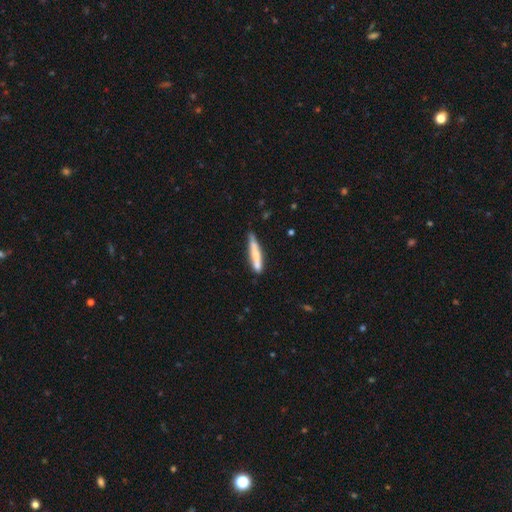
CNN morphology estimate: smooth 68%, featured or disk 27%, star or artifact 6%. Down the decision tree: how rounded — cigar-shaped (91%); merging — none (65%).